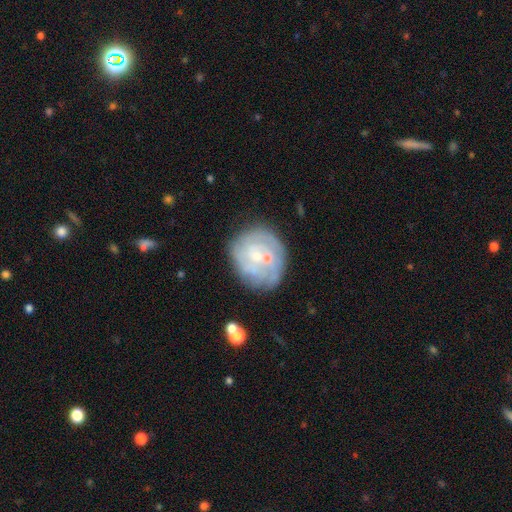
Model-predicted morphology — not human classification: smooth_or_featured: featured or disk (p=0.68) [alt: smooth p=0.25]
disk_edge_on: no (p=0.98) [alt: yes p=0.02]
bar: no (p=0.76) [alt: weak p=0.20]
has_spiral_arms: yes (p=0.71) [alt: no p=0.29]
bulge_size: small (p=0.68) [alt: moderate p=0.25]
merging: none (p=0.61) [alt: minor disturbance p=0.19]